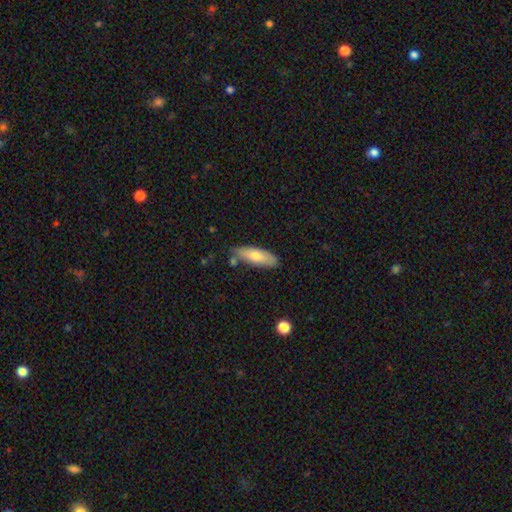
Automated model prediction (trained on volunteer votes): Smooth or featured? Predicted: smooth (p=0.71). How rounded? Predicted: in between (p=0.62). Merging? Predicted: none (p=0.75).